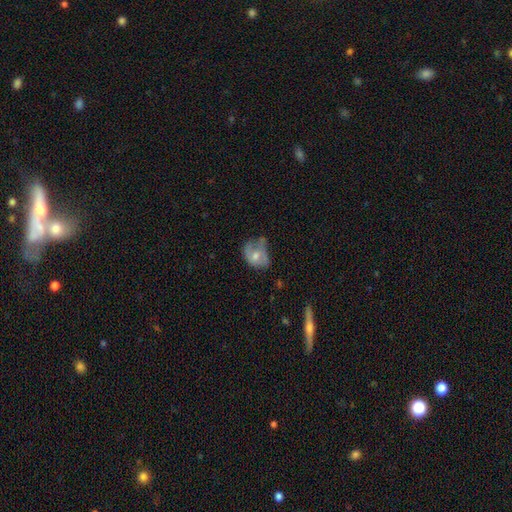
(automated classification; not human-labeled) smooth-or-featured: smooth: 50% | featured or disk: 42% | star or artifact: 9%
  merging: minor disturbance: 34% | none: 31% | major disturbance: 30% | merger: 5%